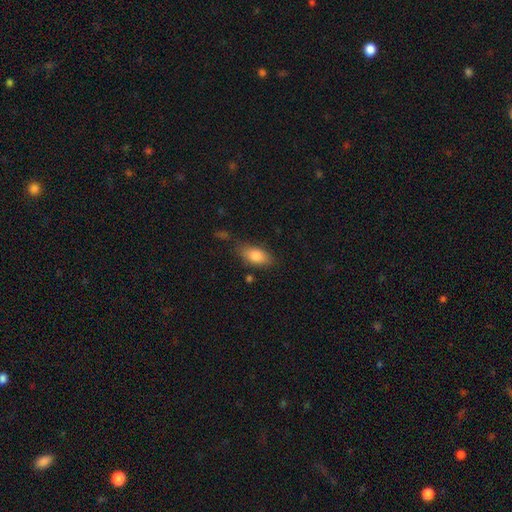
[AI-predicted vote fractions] Overall: smooth (83%). How rounded: in between (89%). Merging: none (70%).